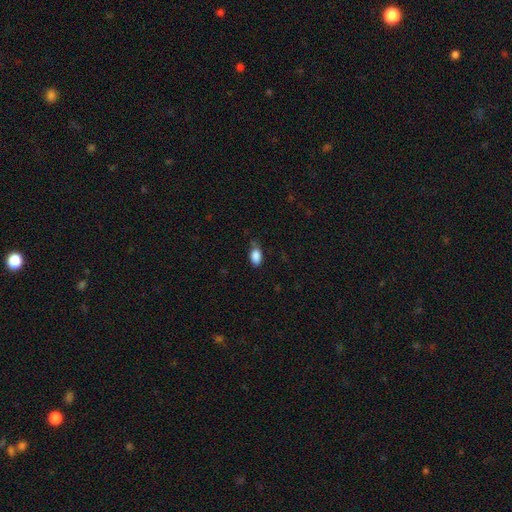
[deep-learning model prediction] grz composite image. It shows a smooth galaxy with no disk features (87%) that is in between round and cigar-shaped (91%). Merging: none (69%).